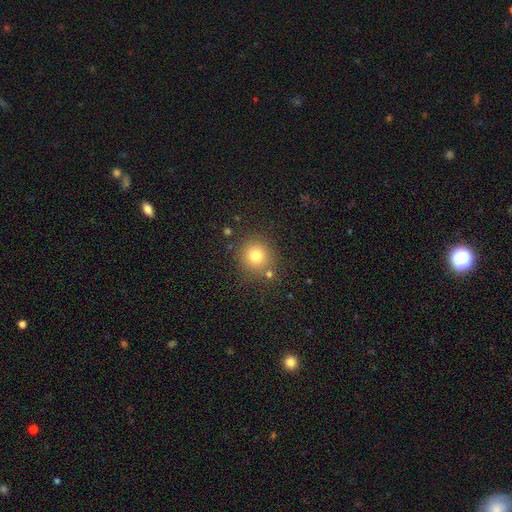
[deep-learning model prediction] A smooth galaxy with no disk features (78%) that is round (92%). Merging: none (81%).